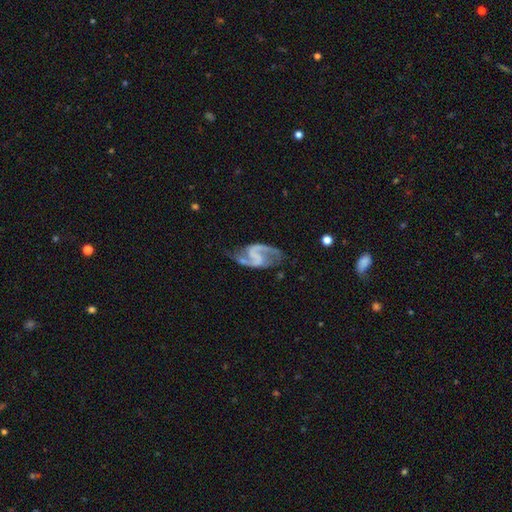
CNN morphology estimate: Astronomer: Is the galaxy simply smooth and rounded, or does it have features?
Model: featured or disk — 90%.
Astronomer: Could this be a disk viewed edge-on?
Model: no — 98%.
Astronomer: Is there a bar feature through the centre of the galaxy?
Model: weak — 43% (runner-up: no, 29%).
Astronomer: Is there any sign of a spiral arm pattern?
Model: yes — 97%.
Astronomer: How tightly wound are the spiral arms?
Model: medium — 47% (runner-up: loose, 42%).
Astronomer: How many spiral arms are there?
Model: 2 — 93%.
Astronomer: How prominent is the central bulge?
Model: none — 66%.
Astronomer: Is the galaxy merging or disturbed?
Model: none — 65%.